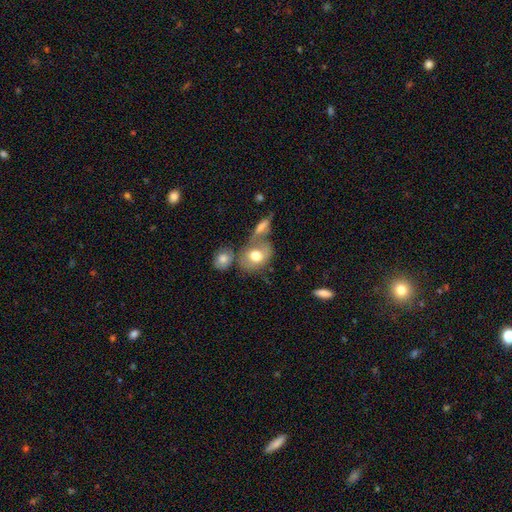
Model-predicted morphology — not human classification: smooth 68%, featured or disk 24%, star or artifact 8%. Down the decision tree: how rounded — in between (66%); merging — none (41%).